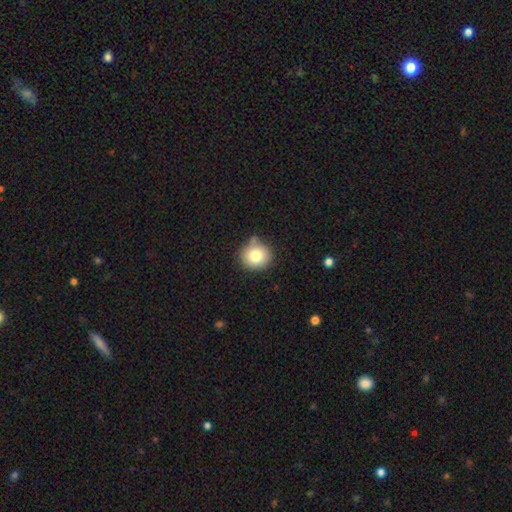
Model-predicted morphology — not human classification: Overall: smooth (78%). How rounded: round (88%). Merging: none (74%).